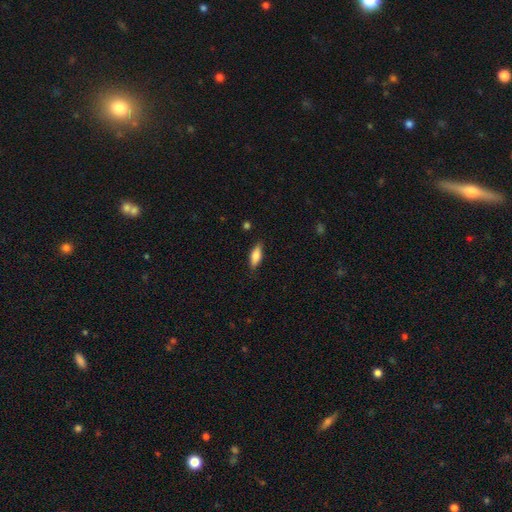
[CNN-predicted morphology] Overall: smooth (73%). How rounded: in between (61%; cigar-shaped 37%). Merging: none (84%).